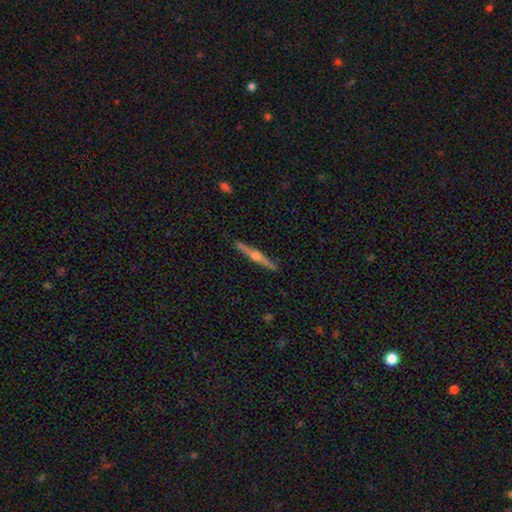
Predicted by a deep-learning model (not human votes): Smooth or featured? Predicted: featured or disk (p=0.76). Edge-on disk? Predicted: yes (p=0.98). Edge-on bulge? Predicted: rounded (p=0.92). Merging? Predicted: none (p=0.90).